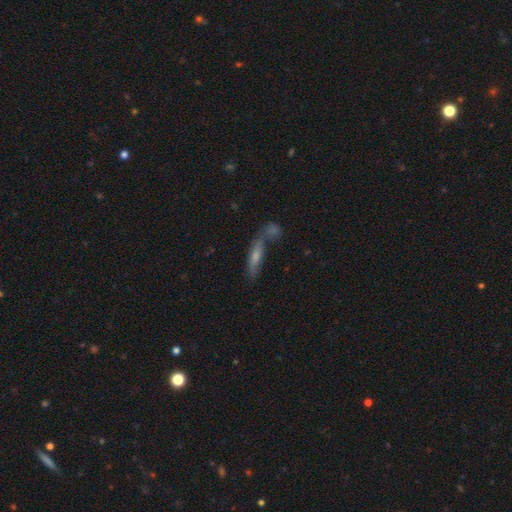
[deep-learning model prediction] Q: Smooth or featured?
A: smooth (50%); runner-up: featured or disk (37%)
Q: Merging?
A: none (44%); runner-up: merger (37%)